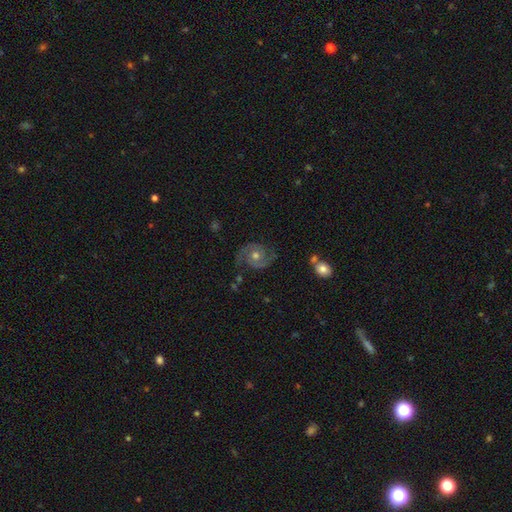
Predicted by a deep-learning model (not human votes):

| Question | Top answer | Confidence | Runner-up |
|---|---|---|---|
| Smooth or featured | featured or disk | 86% | smooth (7%) |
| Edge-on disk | no | 98% | yes (2%) |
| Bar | no | 77% | weak (19%) |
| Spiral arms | yes | 97% | no (3%) |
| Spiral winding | medium | 49% | tight (39%) |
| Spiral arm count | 2 | 92% | can't tell (3%) |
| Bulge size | moderate | 73% | small (21%) |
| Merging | none | 79% | minor disturbance (14%) |